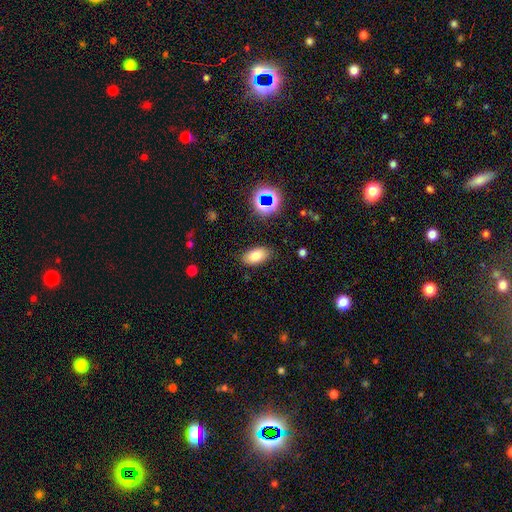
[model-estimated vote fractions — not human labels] A smooth galaxy with no disk features (78%) that is in between round and cigar-shaped (92%). Merging: none (85%).